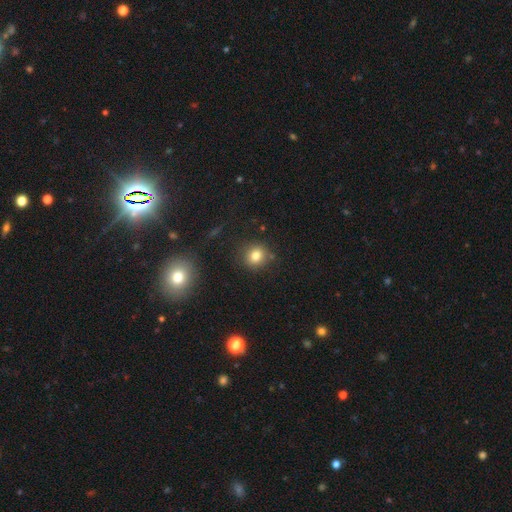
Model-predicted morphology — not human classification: A smooth galaxy with no disk features (79%) that is round (85%).

Vote fractions:
- Smooth or featured? smooth: 79% / star or artifact: 13% / featured or disk: 7%
- How rounded? round: 85% / in between: 14% / cigar-shaped: 1%
- Merging? none: 83% / minor disturbance: 10% / merger: 4% / major disturbance: 3%